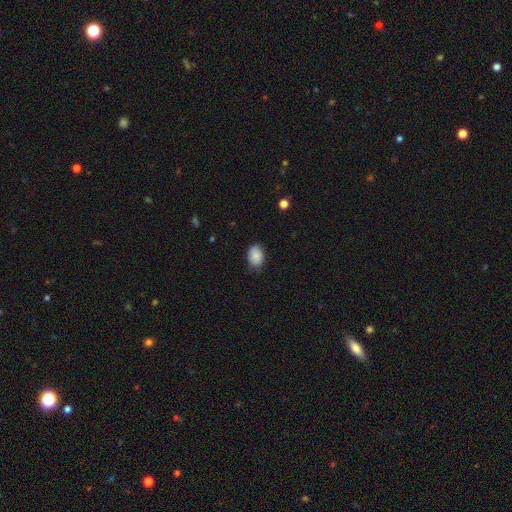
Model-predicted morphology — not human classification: Smooth or featured: smooth — 87% (star or artifact — 8%)
How rounded: in between — 80% (round — 19%)
Merging: none — 78% (minor disturbance — 18%)